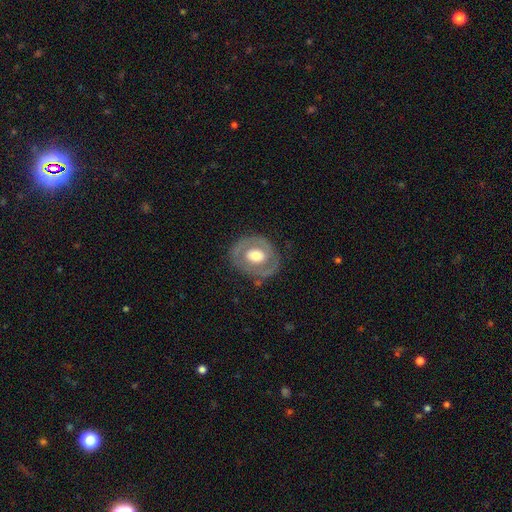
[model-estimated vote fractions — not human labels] Morphology: type=featured or disk (58%); edge-on=no (95%); bar=no (65%); spiral arms=no (70%); bulge=moderate (52%); merging=none (77%).